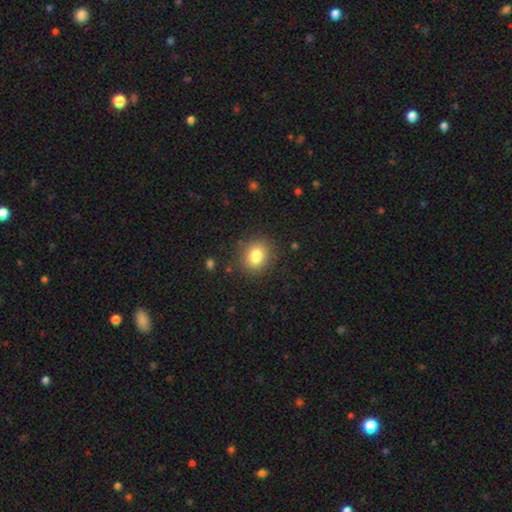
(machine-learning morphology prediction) smooth 82%, star or artifact 10%, featured or disk 8%. Down the decision tree: how rounded — round (65%); merging — none (86%).